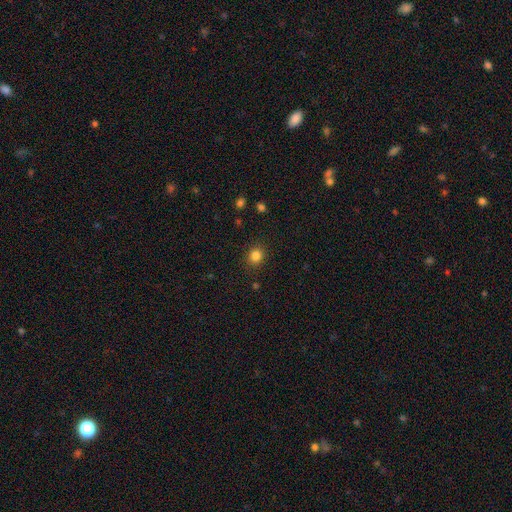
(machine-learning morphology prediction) smooth-or-featured: smooth: 84% | star or artifact: 12% | featured or disk: 4%
  how-rounded: round: 80% | in between: 19% | cigar-shaped: 1%
  merging: none: 89% | minor disturbance: 8% | major disturbance: 3% | merger: 1%